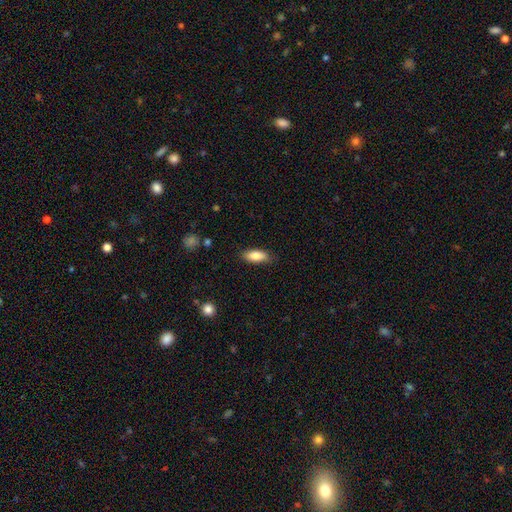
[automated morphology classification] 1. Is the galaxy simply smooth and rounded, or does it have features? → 84% smooth, 10% featured or disk, 7% star or artifact.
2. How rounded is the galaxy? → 80% in between, 17% cigar-shaped, 2% round.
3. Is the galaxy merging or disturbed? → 83% none, 13% minor disturbance, 3% major disturbance, 1% merger.